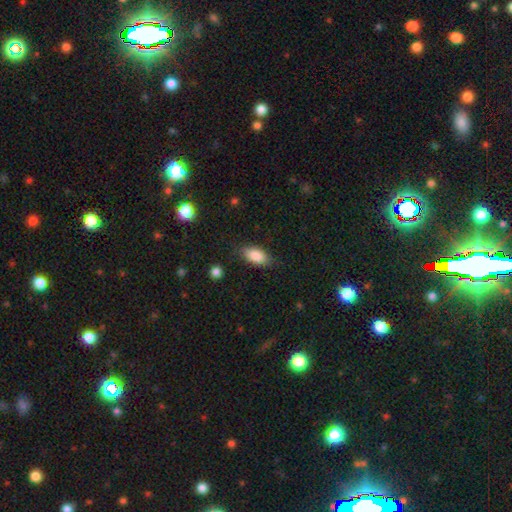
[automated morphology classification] Q: Smooth or featured?
A: smooth (86%); runner-up: star or artifact (7%)
Q: How rounded?
A: in between (91%); runner-up: cigar-shaped (6%)
Q: Merging?
A: none (78%); runner-up: minor disturbance (16%)